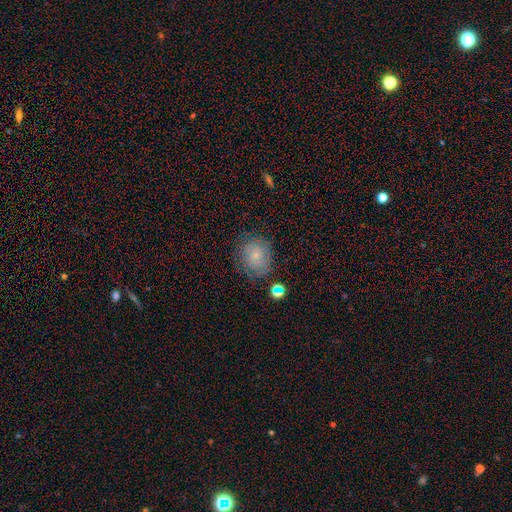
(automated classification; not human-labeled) smooth 62%, featured or disk 26%, star or artifact 11%. Down the decision tree: how rounded — round (74%); merging — none (71%).